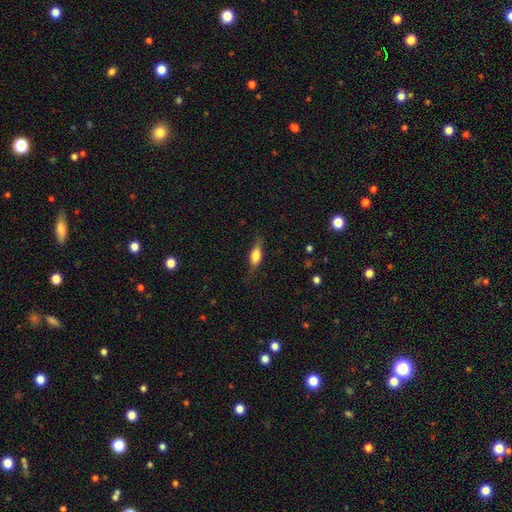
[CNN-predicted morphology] Overall: smooth (62%; featured or disk 31%). How rounded: in between (63%; cigar-shaped 32%). Merging: none (72%).